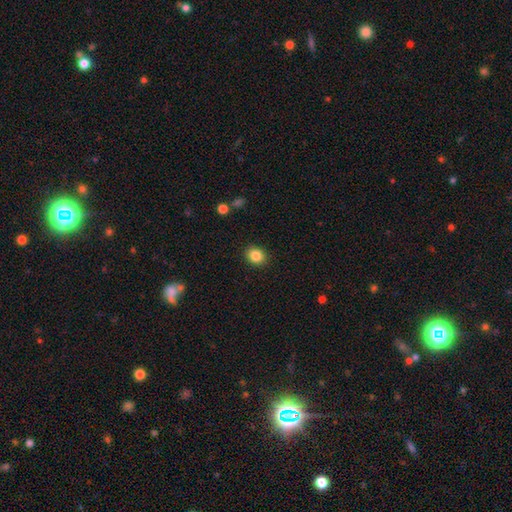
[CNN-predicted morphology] smooth 85%, star or artifact 10%, featured or disk 5%. Down the decision tree: how rounded — round (68%); merging — none (90%).